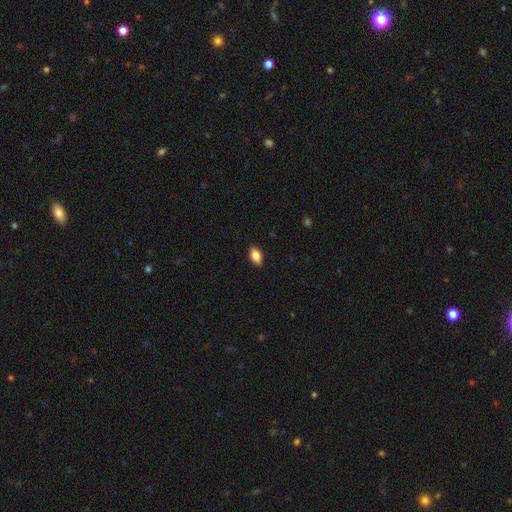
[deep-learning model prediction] Smooth or featured? Predicted: smooth (p=0.84). How rounded? Predicted: in between (p=0.90). Merging? Predicted: none (p=0.88).